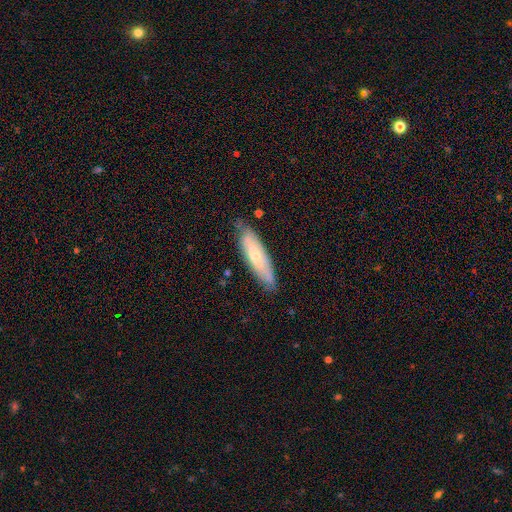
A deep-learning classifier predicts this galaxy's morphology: type=smooth (55%); roundness=cigar-shaped (60%); merging=none (74%).